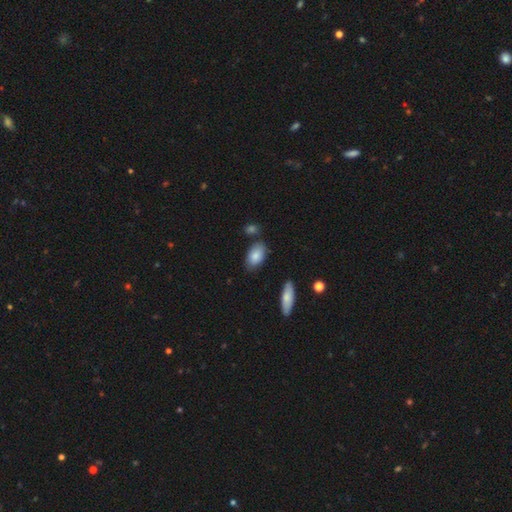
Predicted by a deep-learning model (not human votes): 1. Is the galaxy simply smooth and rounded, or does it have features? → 84% smooth, 10% featured or disk, 6% star or artifact.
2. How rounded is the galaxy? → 93% in between, 4% round, 3% cigar-shaped.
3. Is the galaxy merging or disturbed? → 76% none, 15% minor disturbance, 6% merger, 3% major disturbance.